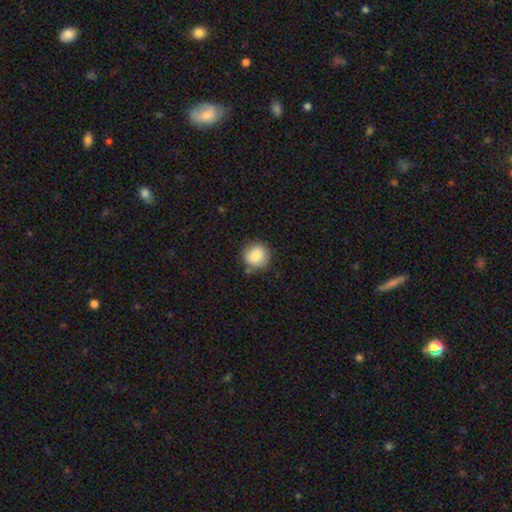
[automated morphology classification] Smooth or featured: smooth — 87% (star or artifact — 8%)
How rounded: round — 91% (in between — 9%)
Merging: none — 80% (minor disturbance — 13%)